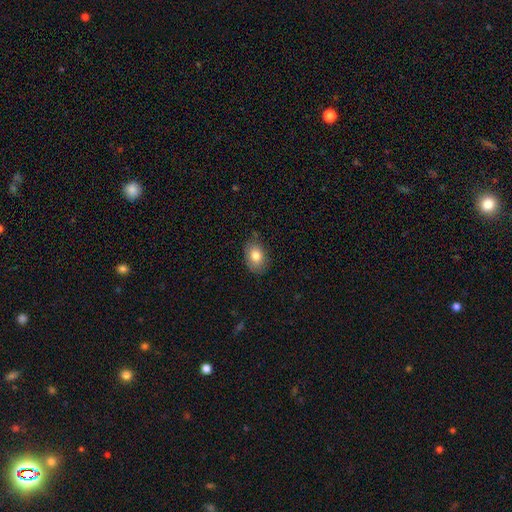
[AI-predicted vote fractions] Smooth or featured: smooth — 80% (featured or disk — 12%)
How rounded: in between — 77% (round — 21%)
Merging: none — 79% (minor disturbance — 17%)